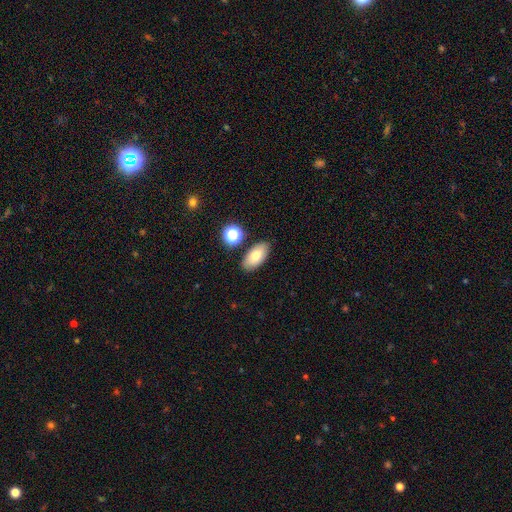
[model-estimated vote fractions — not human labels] Smooth or featured? Predicted: smooth (p=0.76). How rounded? Predicted: in between (p=0.91). Merging? Predicted: none (p=0.84).